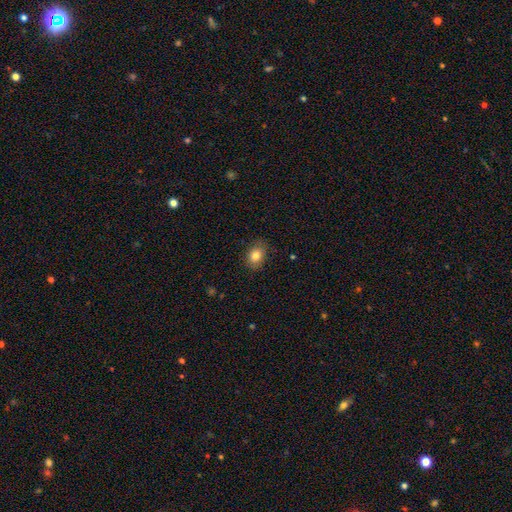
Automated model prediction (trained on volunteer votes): This appears to be a smooth galaxy with no disk features (83%) that is in between round and cigar-shaped (66%). Merging: none (84%).